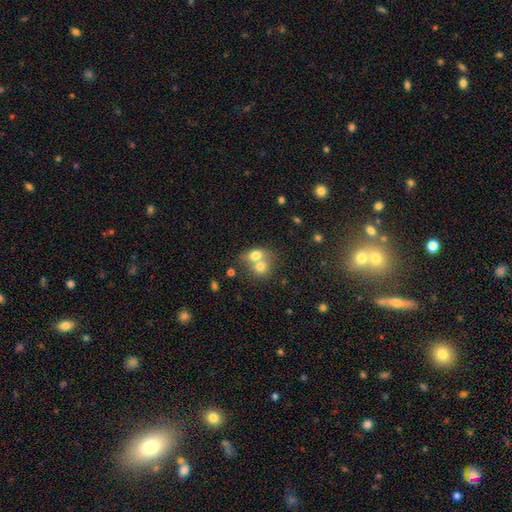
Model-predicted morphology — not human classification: Q: Smooth or featured?
A: smooth (73%); runner-up: featured or disk (18%)
Q: How rounded?
A: in between (58%); runner-up: round (40%)
Q: Merging?
A: merger (69%); runner-up: none (21%)